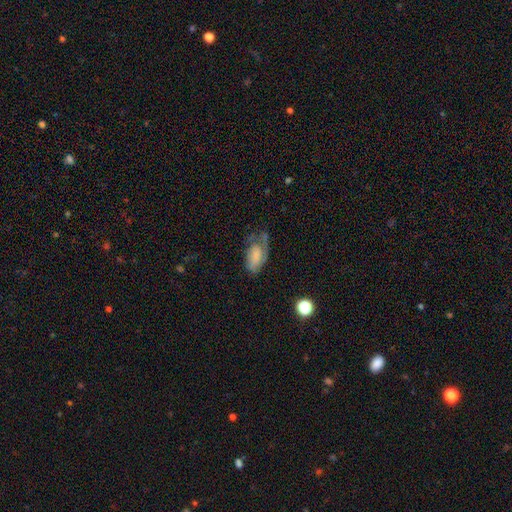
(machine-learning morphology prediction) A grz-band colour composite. It shows a smooth galaxy with no disk features (55%) that is in between round and cigar-shaped (91%). Merging: none (35%).